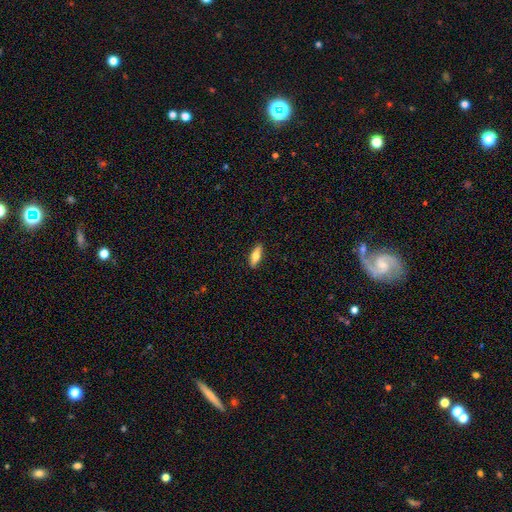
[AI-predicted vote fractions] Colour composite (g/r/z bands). It shows a smooth galaxy with no disk features (69%) that is in between round and cigar-shaped (60%). Merging: none (89%).